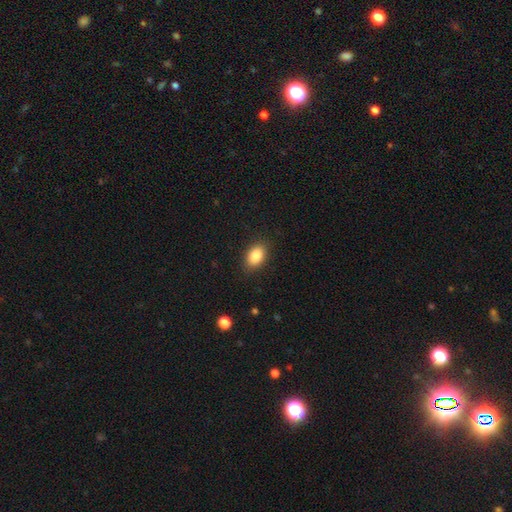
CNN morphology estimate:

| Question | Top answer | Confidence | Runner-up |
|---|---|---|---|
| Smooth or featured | smooth | 87% | star or artifact (8%) |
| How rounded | in between | 88% | round (10%) |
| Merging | none | 87% | minor disturbance (10%) |